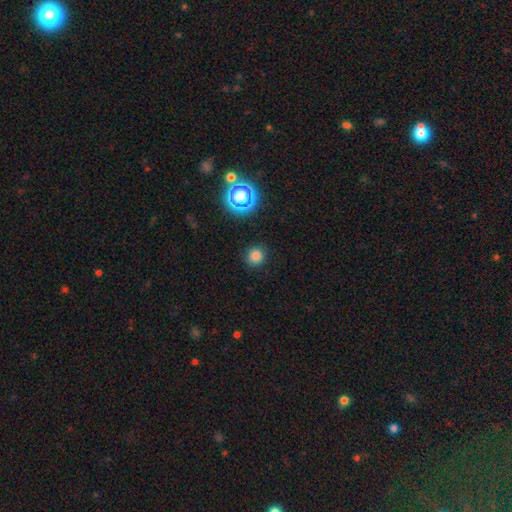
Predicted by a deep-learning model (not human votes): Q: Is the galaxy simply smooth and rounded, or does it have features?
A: smooth — 79%.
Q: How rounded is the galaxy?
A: round — 90%.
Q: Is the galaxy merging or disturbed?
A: none — 89%.